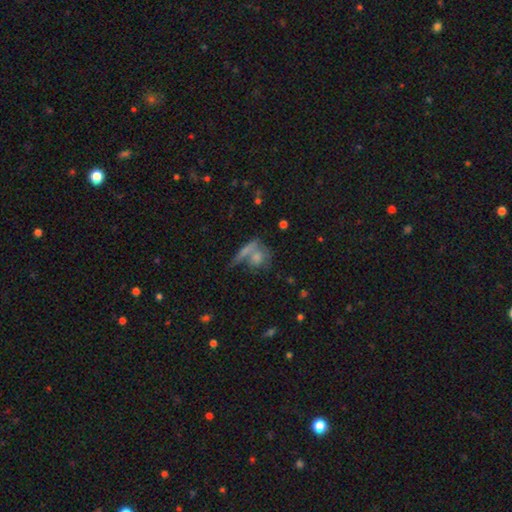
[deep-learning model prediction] Morphology: type=smooth (68%); roundness=round (57%); merging=none (42%).